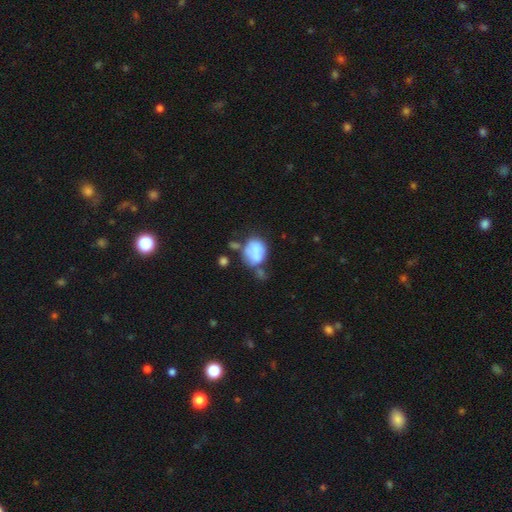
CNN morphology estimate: A smooth galaxy with no disk features (66%) that is in between round and cigar-shaped (67%).

Vote fractions:
- Smooth or featured? smooth: 66% / featured or disk: 24% / star or artifact: 9%
- How rounded? in between: 67% / round: 32% / cigar-shaped: 1%
- Merging? merger: 35% / none: 26% / minor disturbance: 22% / major disturbance: 16%